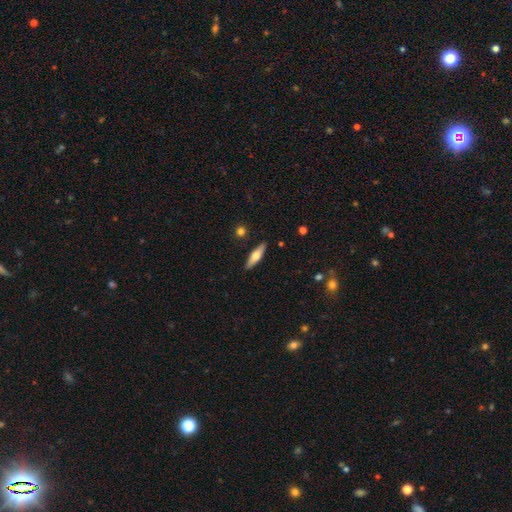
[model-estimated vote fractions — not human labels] Morphology: type=smooth (51%); roundness=cigar-shaped (67%); merging=none (89%).